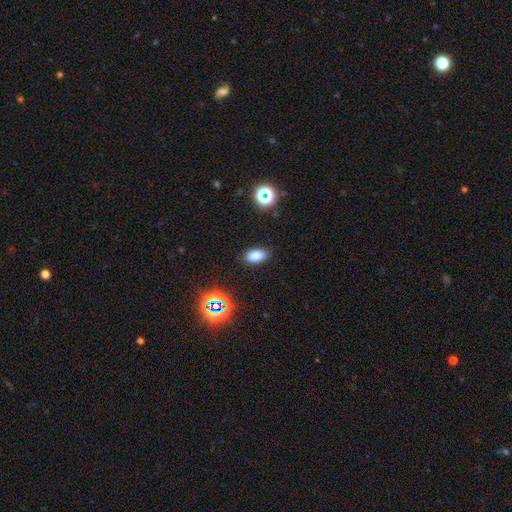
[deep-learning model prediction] Morphology: type=smooth (77%); roundness=in between (90%); merging=none (85%).